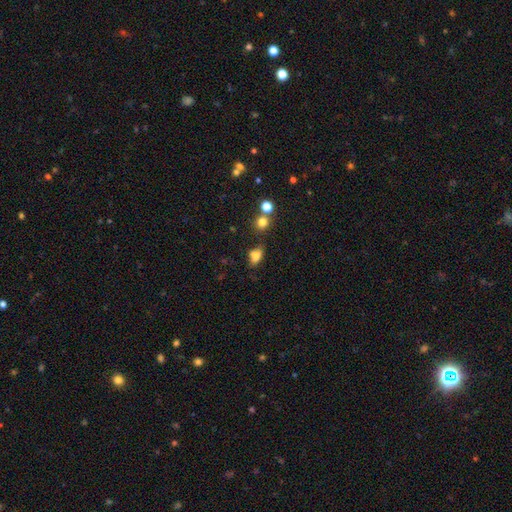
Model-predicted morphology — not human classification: Smooth or featured?
  - smooth: 76% *
  - star or artifact: 14%
  - featured or disk: 9%
How rounded?
  - in between: 78% *
  - round: 18%
  - cigar-shaped: 4%
Merging?
  - none: 51% *
  - minor disturbance: 23%
  - merger: 18%
  - major disturbance: 9%